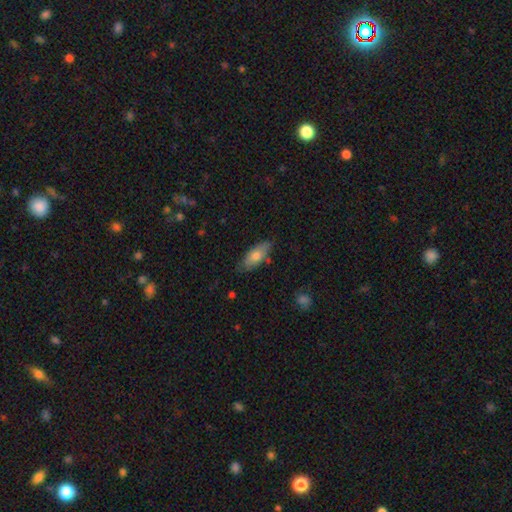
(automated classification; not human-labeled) Smooth or featured: smooth — 73% (featured or disk — 20%)
How rounded: in between — 80% (cigar-shaped — 17%)
Merging: none — 75% (minor disturbance — 20%)